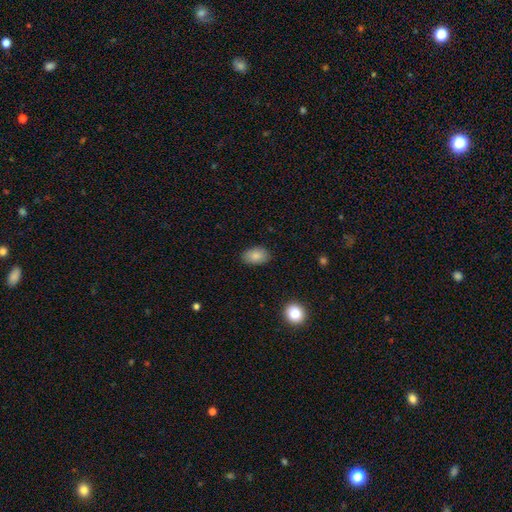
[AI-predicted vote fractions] Smooth or featured? smooth (85%)
How rounded? in between (89%)
Merging? none (86%)